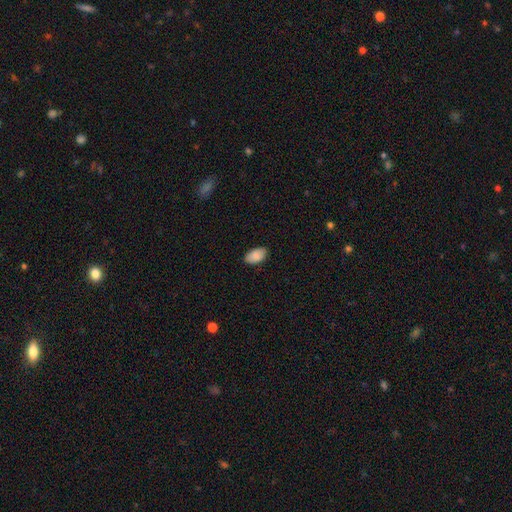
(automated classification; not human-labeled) A smooth galaxy with no disk features (89%) that is in between round and cigar-shaped (94%).

Vote fractions:
- Smooth or featured? smooth: 89% / star or artifact: 6% / featured or disk: 5%
- How rounded? in between: 94% / round: 4% / cigar-shaped: 1%
- Merging? none: 86% / minor disturbance: 10% / major disturbance: 2% / merger: 1%